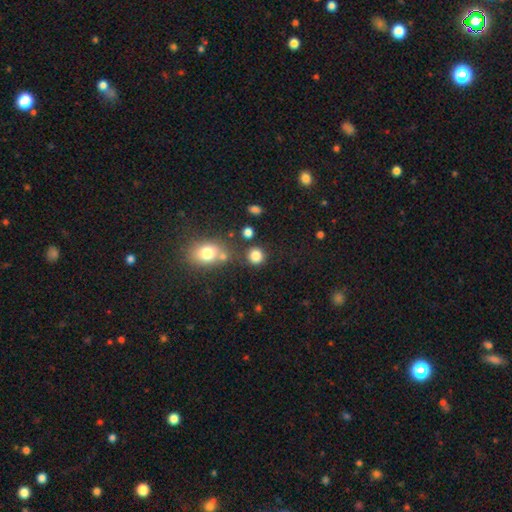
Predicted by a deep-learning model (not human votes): Q: Smooth or featured?
A: smooth (83%); runner-up: star or artifact (13%)
Q: How rounded?
A: round (86%); runner-up: in between (13%)
Q: Merging?
A: none (77%); runner-up: minor disturbance (10%)